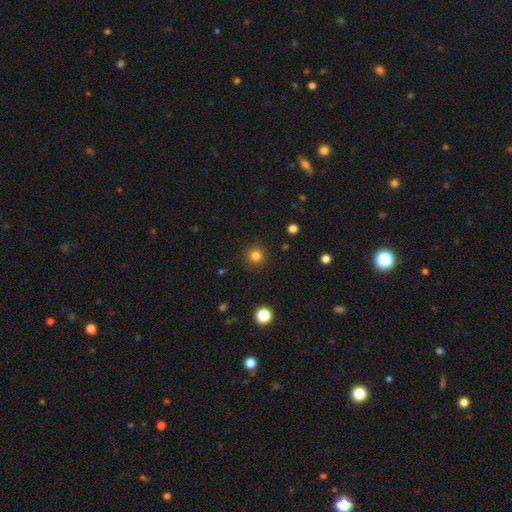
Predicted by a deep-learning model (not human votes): Morphology: type=smooth (81%); roundness=round (95%); merging=none (91%).